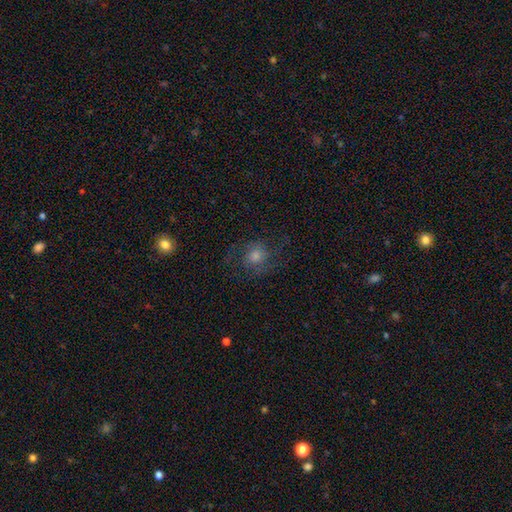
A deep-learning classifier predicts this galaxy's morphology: Q: Smooth or featured?
A: featured or disk (63%); runner-up: smooth (22%)
Q: Edge-on disk?
A: no (97%); runner-up: yes (3%)
Q: Bar?
A: no (69%); runner-up: weak (27%)
Q: Spiral arms?
A: yes (92%); runner-up: no (8%)
Q: Spiral winding?
A: medium (52%); runner-up: loose (29%)
Q: Spiral arm count?
A: 2 (81%); runner-up: can't tell (8%)
Q: Bulge size?
A: moderate (52%); runner-up: small (26%)
Q: Merging?
A: none (72%); runner-up: minor disturbance (15%)